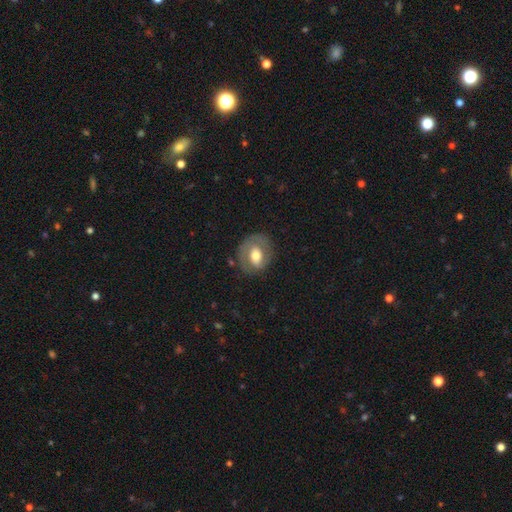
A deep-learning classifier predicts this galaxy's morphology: This appears to be a featured or disk galaxy (51%). Merging: none (73%).